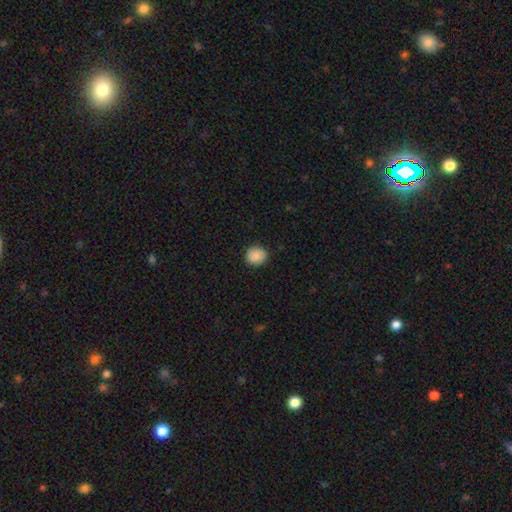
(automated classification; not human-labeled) Smooth or featured? Predicted: smooth (p=0.89). How rounded? Predicted: round (p=0.89). Merging? Predicted: none (p=0.90).